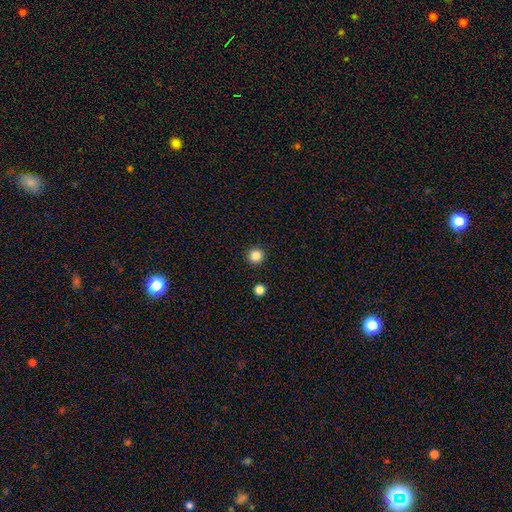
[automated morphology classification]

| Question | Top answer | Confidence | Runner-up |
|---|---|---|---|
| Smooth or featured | smooth | 85% | star or artifact (12%) |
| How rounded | round | 96% | in between (3%) |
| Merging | none | 93% | minor disturbance (4%) |